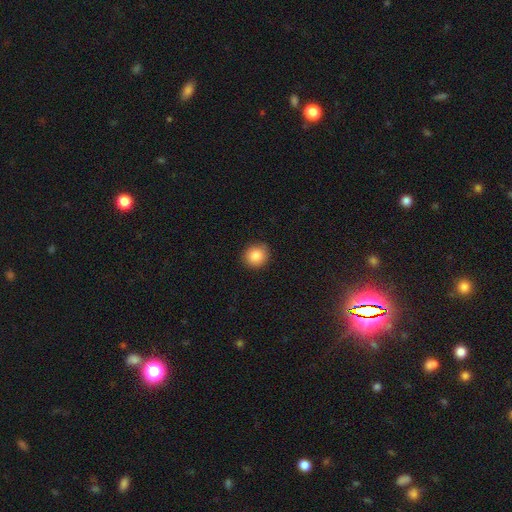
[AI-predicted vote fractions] Morphology: type=smooth (85%); roundness=round (86%); merging=none (86%).